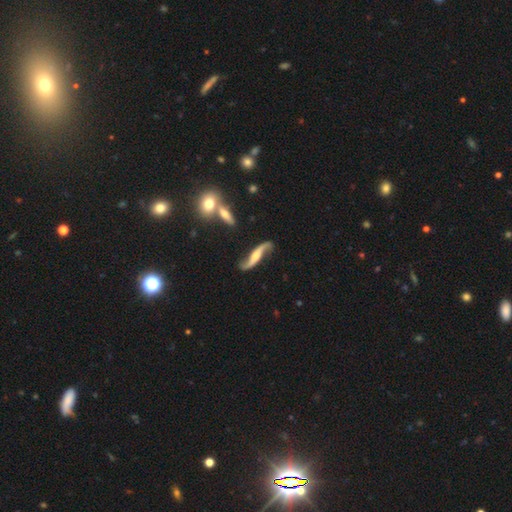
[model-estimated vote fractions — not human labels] Q: Smooth or featured?
A: featured or disk (87%); runner-up: smooth (9%)
Q: Edge-on disk?
A: no (84%); runner-up: yes (16%)
Q: Bar?
A: no (48%); runner-up: weak (31%)
Q: Spiral arms?
A: yes (96%); runner-up: no (4%)
Q: Spiral winding?
A: loose (87%); runner-up: medium (9%)
Q: Spiral arm count?
A: 2 (94%); runner-up: 1 (2%)
Q: Bulge size?
A: moderate (46%); runner-up: small (34%)
Q: Merging?
A: none (77%); runner-up: minor disturbance (15%)